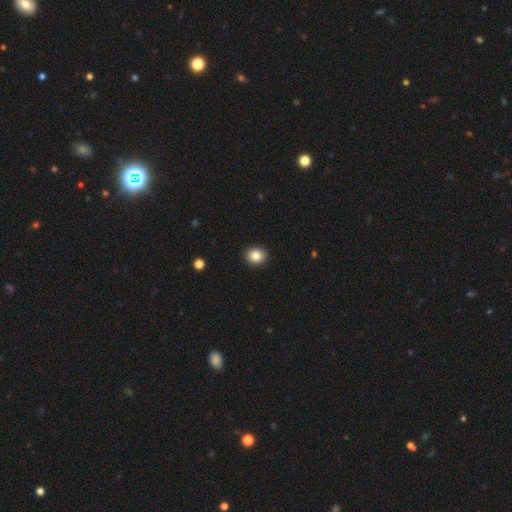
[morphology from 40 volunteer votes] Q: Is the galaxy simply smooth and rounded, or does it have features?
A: smooth — 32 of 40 (80%).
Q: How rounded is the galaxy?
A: round — 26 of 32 (81%).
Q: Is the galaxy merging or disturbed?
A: none — 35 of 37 (95%).